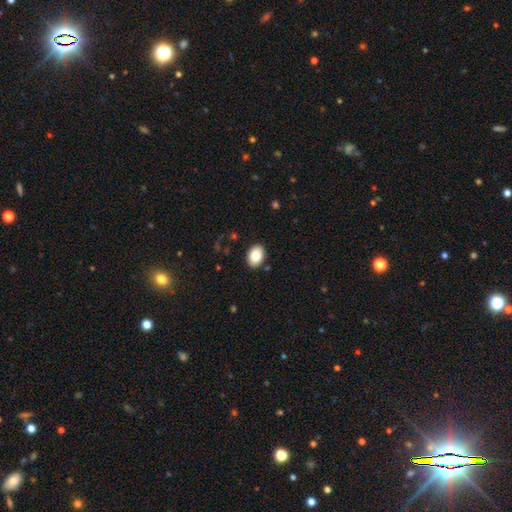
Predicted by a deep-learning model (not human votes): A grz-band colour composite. It shows a smooth galaxy with no disk features (85%) that is in between round and cigar-shaped (79%). Merging: none (88%).